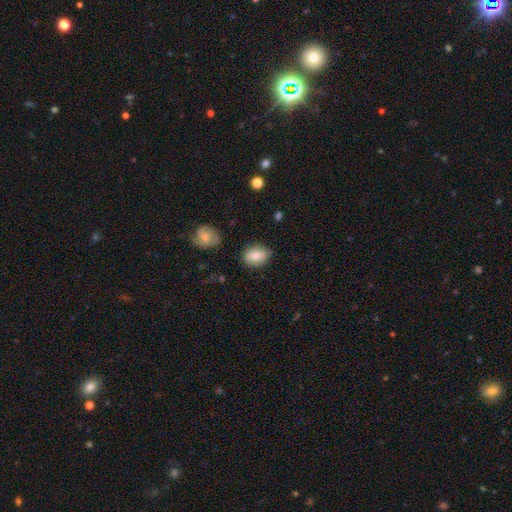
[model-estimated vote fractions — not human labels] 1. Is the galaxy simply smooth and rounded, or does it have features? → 80% smooth, 13% featured or disk, 8% star or artifact.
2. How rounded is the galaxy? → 64% in between, 35% round, 2% cigar-shaped.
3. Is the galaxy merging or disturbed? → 77% none, 17% minor disturbance, 3% major disturbance, 2% merger.